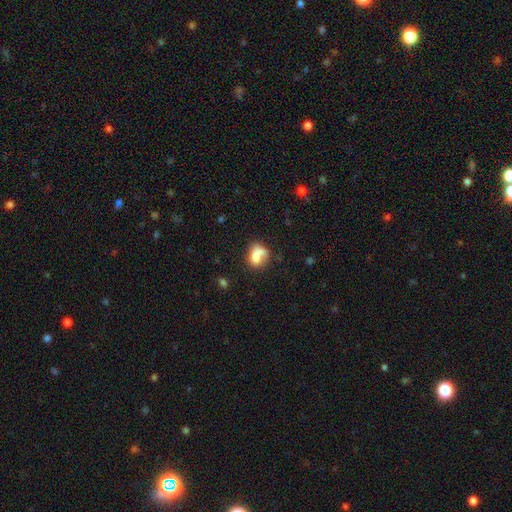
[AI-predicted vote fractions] smooth_or_featured: smooth (p=0.68) [alt: featured or disk p=0.22]
how_rounded: in between (p=0.58) [alt: round p=0.40]
merging: merger (p=0.35) [alt: none p=0.32]